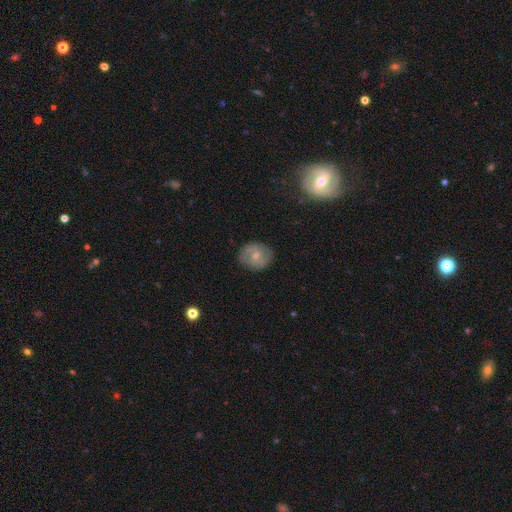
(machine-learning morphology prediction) Smooth or featured: featured or disk — 55% (smooth — 37%)
Edge-on disk: no — 97% (yes — 3%)
Bar: no — 49% (weak — 41%)
Spiral arms: yes — 76% (no — 24%)
Bulge size: moderate — 50% (small — 45%)
Merging: none — 81% (minor disturbance — 14%)